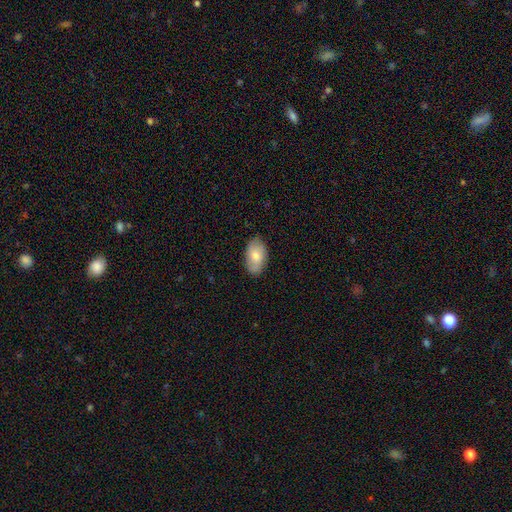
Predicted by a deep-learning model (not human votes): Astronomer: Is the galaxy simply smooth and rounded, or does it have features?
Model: smooth — 75%.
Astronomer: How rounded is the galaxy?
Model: in between — 94%.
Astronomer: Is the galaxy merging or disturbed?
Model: none — 84%.